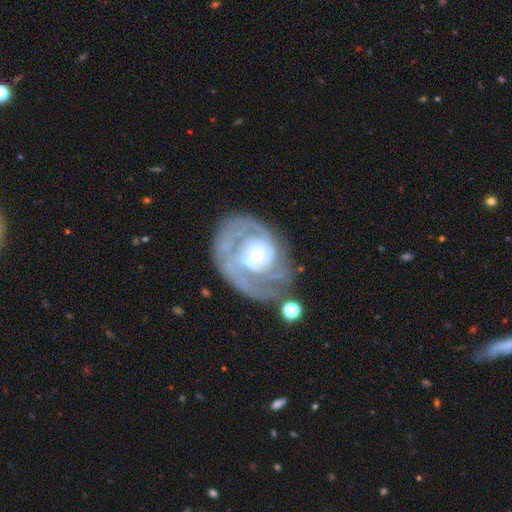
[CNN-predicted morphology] Smooth or featured? featured or disk (84%)
Edge-on disk? no (98%)
Bar? no (72%)
Spiral arms? yes (91%)
Spiral winding? tight (59%)
Spiral arm count? 2 (33%)
Bulge size? small (59%)
Merging? none (52%)